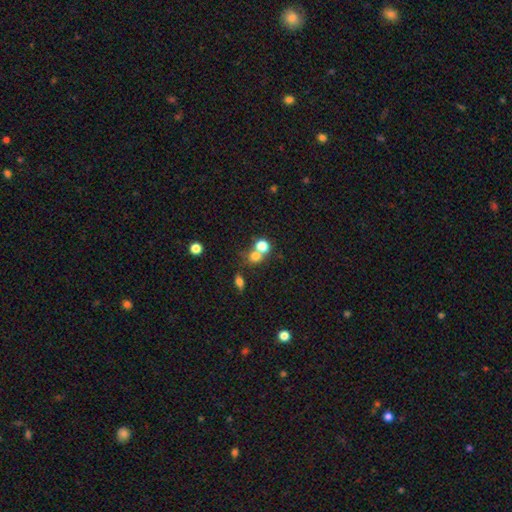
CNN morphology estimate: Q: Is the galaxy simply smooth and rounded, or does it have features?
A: smooth — 73%.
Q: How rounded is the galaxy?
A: round — 78%.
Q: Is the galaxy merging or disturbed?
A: merger — 45%.